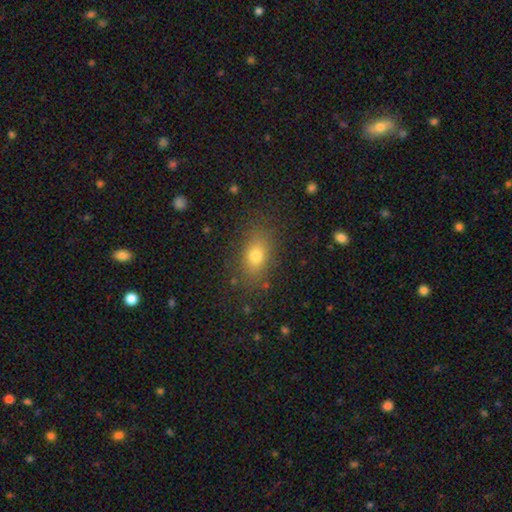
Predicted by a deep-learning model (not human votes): smooth_or_featured: smooth (p=0.76) [alt: star or artifact p=0.12]
how_rounded: in between (p=0.78) [alt: round p=0.17]
merging: none (p=0.82) [alt: minor disturbance p=0.12]